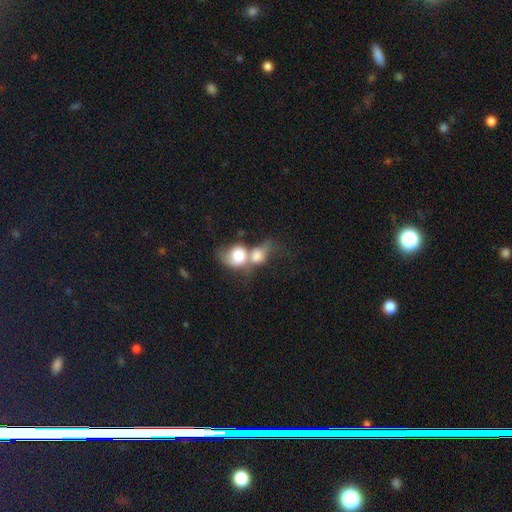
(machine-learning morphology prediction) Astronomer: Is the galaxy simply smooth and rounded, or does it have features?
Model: smooth — 60%.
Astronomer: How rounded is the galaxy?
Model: round — 52% (runner-up: in between, 46%).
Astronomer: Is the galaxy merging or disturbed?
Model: merger — 79%.